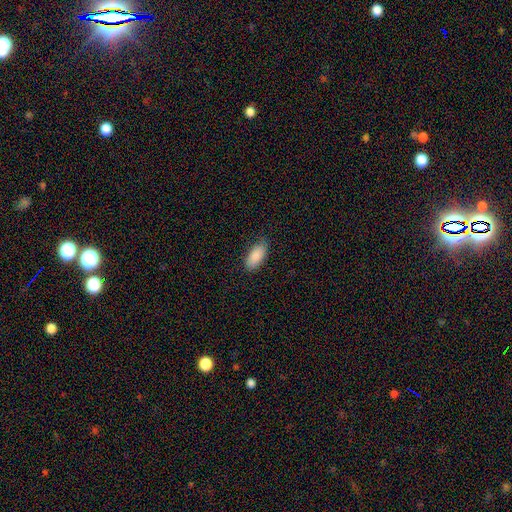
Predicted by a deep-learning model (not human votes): Smooth or featured? smooth (89%)
How rounded? in between (90%)
Merging? none (81%)